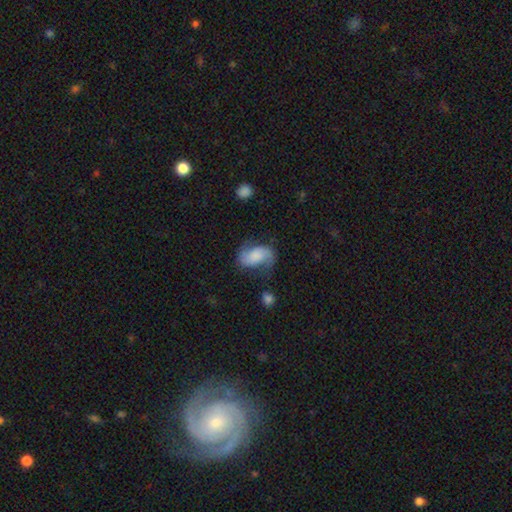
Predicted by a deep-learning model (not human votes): A featured or disk galaxy (62%) with no bar (58%), 2 (90%) loose (49%) spiral arms (91%) and no central bulge (36%).

Vote fractions:
- Smooth or featured? featured or disk: 62% / smooth: 30% / star or artifact: 8%
- Edge-on disk? no: 97% / yes: 3%
- Bar? no: 58% / weak: 31% / strong: 11%
- Spiral arms? yes: 91% / no: 9%
- Spiral winding? loose: 49% / medium: 38% / tight: 13%
- Spiral arm count? 2: 90% / can't tell: 4% / 1: 3% / 3: 1% / 4: 1% / more than 4: 1%
- Bulge size? none: 36% / large: 20% / small: 19% / moderate: 18% / dominant: 7%
- Merging? none: 58% / minor disturbance: 24% / major disturbance: 14% / merger: 4%